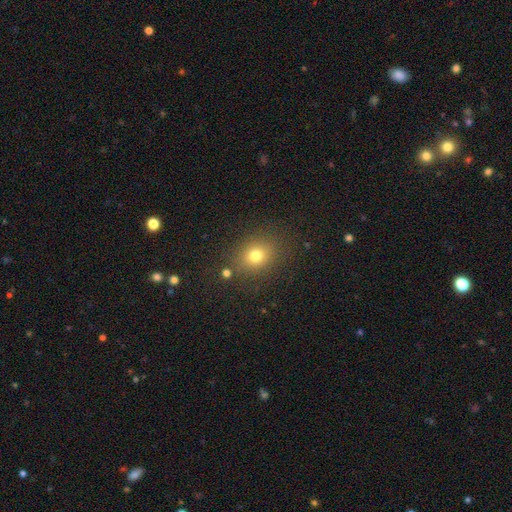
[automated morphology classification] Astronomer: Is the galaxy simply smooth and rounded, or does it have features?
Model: smooth — 75%.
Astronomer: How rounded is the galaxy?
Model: round — 61% (runner-up: in between, 38%).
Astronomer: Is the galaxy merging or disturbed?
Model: none — 83%.